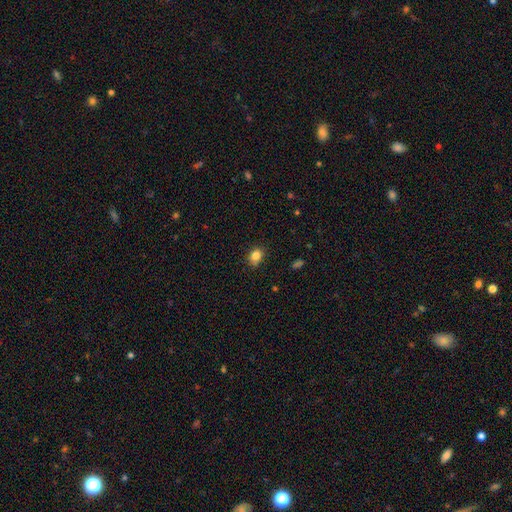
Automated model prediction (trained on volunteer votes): smooth_or_featured: smooth (p=0.84) [alt: star or artifact p=0.11]
how_rounded: in between (p=0.53) [alt: round p=0.45]
merging: none (p=0.76) [alt: minor disturbance p=0.19]